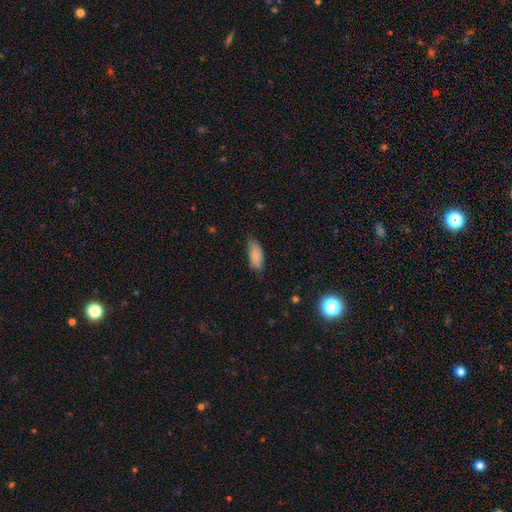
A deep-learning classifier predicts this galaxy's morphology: Smooth or featured? smooth (84%)
How rounded? in between (83%)
Merging? none (69%)